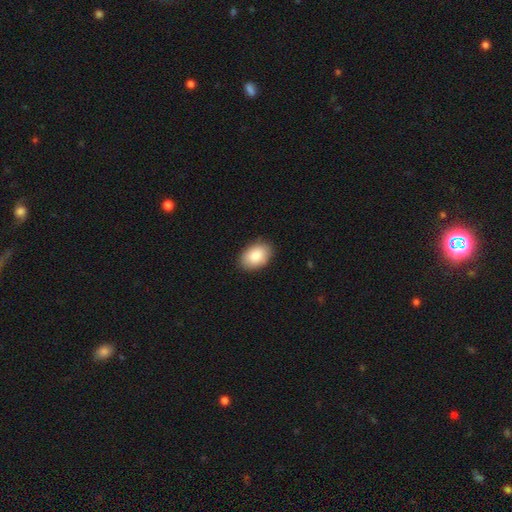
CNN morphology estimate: Smooth or featured: smooth — 87% (star or artifact — 6%)
How rounded: in between — 86% (round — 13%)
Merging: none — 87% (minor disturbance — 10%)